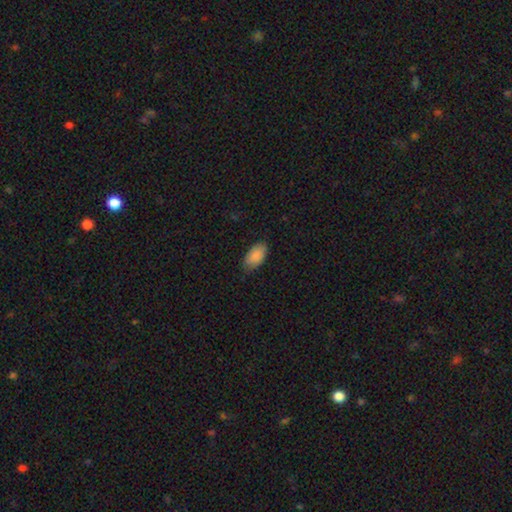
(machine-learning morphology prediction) The model was most divided on "merging": none: 79%, minor disturbance: 17%, major disturbance: 3%, merger: 1%. More confident: how rounded — in between (94%); smooth or featured — smooth (89%).